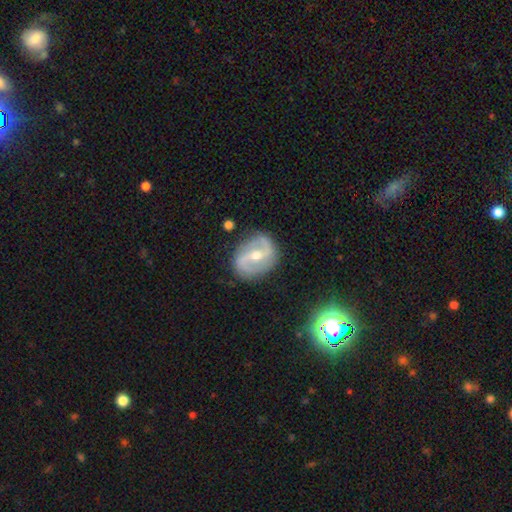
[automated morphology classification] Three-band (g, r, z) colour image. It shows a featured or disk galaxy (85%) with a weak bar (40%), 2 (90%) medium (48%) spiral arms (92%) and a moderate central bulge (64%). Merging: none (82%).